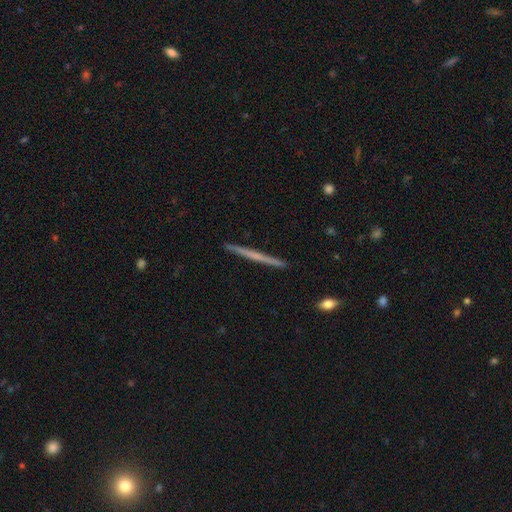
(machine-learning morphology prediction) Smooth or featured?
  - featured or disk: 57% *
  - smooth: 37%
  - star or artifact: 6%
Edge-on disk?
  - yes: 98% *
  - no: 2%
Edge-on bulge?
  - none: 81% *
  - rounded: 15%
  - boxy: 5%
Merging?
  - none: 92% *
  - minor disturbance: 5%
  - major disturbance: 1%
  - merger: 1%